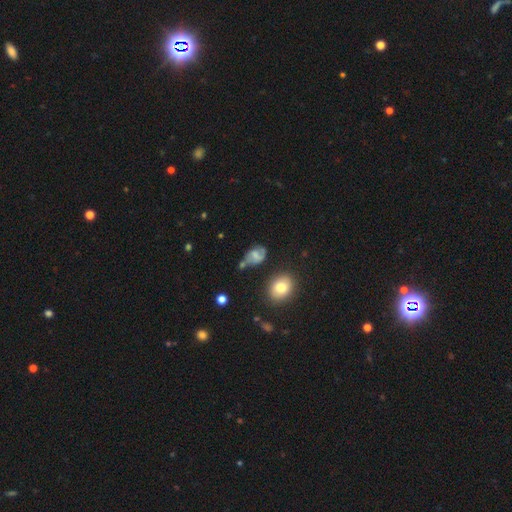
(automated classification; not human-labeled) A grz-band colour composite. It shows a smooth galaxy with no disk features (45%). Merging: none (47%).